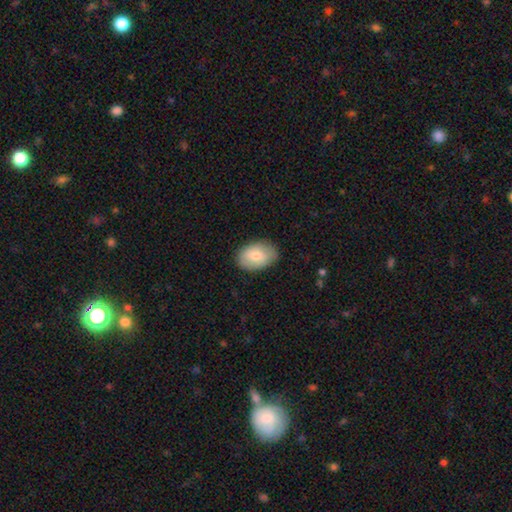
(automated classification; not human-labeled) Morphology: type=smooth (77%); roundness=in between (85%); merging=none (81%).